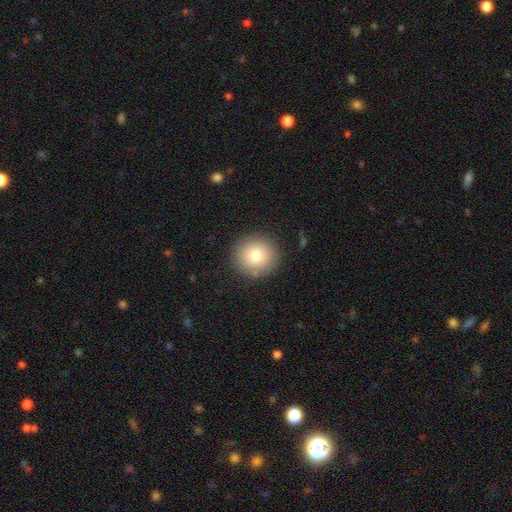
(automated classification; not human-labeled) Smooth or featured? Predicted: smooth (p=0.78). How rounded? Predicted: round (p=0.89). Merging? Predicted: none (p=0.88).